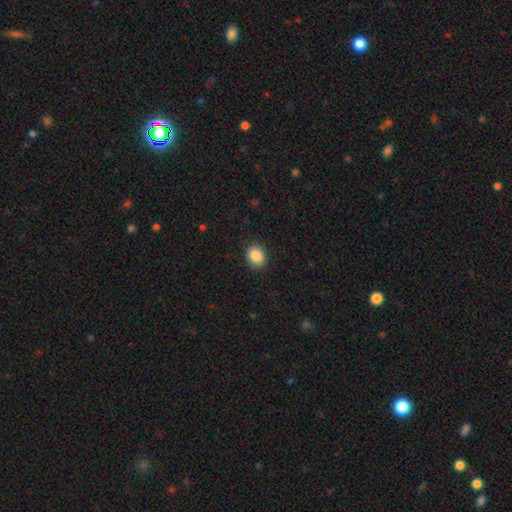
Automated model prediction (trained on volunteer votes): Smooth or featured?
  - smooth: 88% *
  - star or artifact: 9%
  - featured or disk: 3%
How rounded?
  - round: 52% *
  - in between: 47%
  - cigar-shaped: 1%
Merging?
  - none: 89% *
  - minor disturbance: 7%
  - major disturbance: 2%
  - merger: 1%